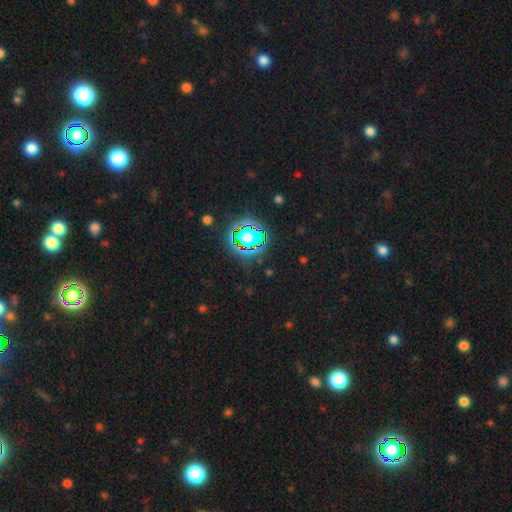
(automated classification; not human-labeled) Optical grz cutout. It shows a star or artifact, not a galaxy (80%).